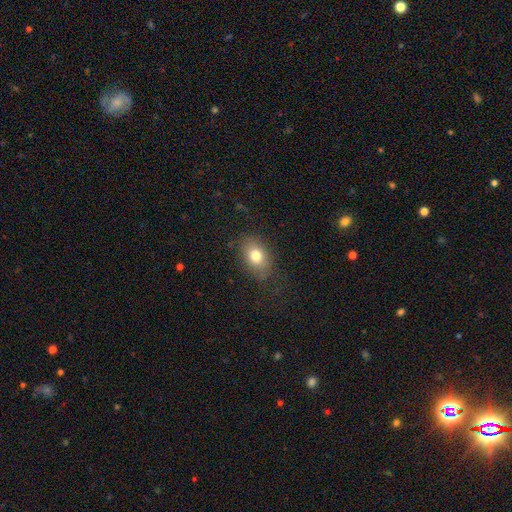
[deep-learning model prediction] This is likely a smooth galaxy (77%). How rounded: likely in between (77%). Merging: likely none (78%).